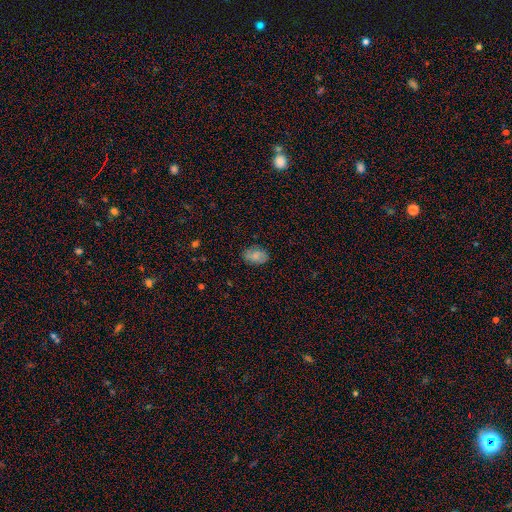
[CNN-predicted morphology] Smooth or featured?
  - smooth: 79% *
  - featured or disk: 12%
  - star or artifact: 9%
How rounded?
  - in between: 85% *
  - round: 13%
  - cigar-shaped: 1%
Merging?
  - none: 82% *
  - minor disturbance: 14%
  - major disturbance: 3%
  - merger: 1%